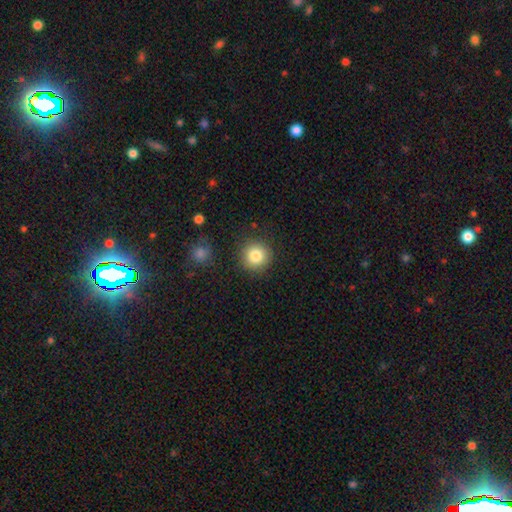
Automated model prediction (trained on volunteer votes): A smooth galaxy with no disk features (83%) that is round (93%).

Vote fractions:
- Smooth or featured? smooth: 83% / star or artifact: 10% / featured or disk: 7%
- How rounded? round: 93% / in between: 6% / cigar-shaped: 1%
- Merging? none: 88% / minor disturbance: 8% / major disturbance: 3% / merger: 2%